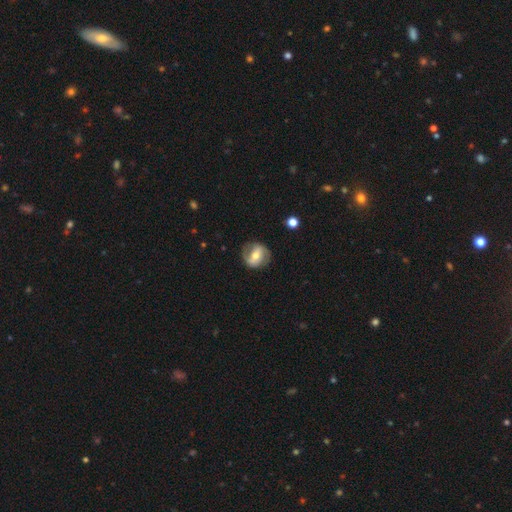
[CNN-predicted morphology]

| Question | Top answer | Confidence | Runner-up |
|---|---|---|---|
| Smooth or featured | featured or disk | 63% | smooth (30%) |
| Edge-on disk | no | 96% | yes (4%) |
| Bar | weak | 38% | strong (36%) |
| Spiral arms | yes | 75% | no (25%) |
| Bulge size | moderate | 64% | small (28%) |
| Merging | none | 78% | minor disturbance (15%) |